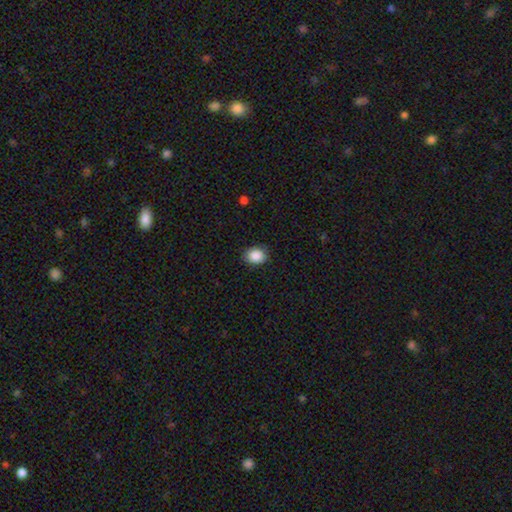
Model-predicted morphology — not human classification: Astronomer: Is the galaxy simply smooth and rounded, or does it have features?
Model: smooth — 89%.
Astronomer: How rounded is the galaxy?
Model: in between — 51% (runner-up: round, 48%).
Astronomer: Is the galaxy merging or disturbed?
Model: none — 86%.